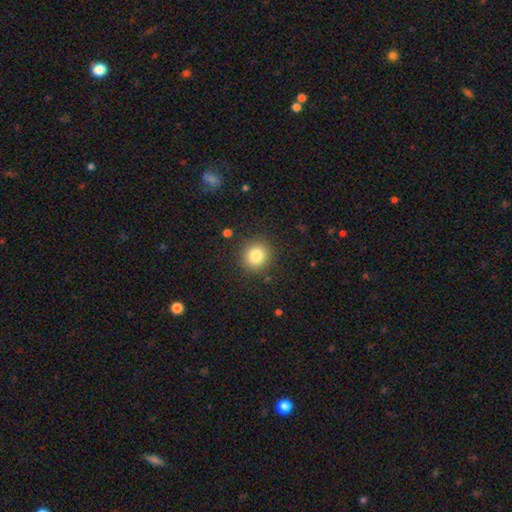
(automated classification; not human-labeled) This appears to be a smooth galaxy with no disk features (83%) that is round (86%). Merging: none (88%).